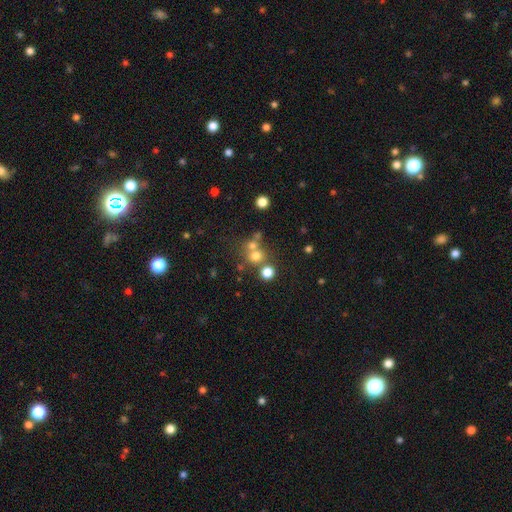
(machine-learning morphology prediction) A smooth galaxy with no disk features (66%) that is round (85%). Merging: none (52%).